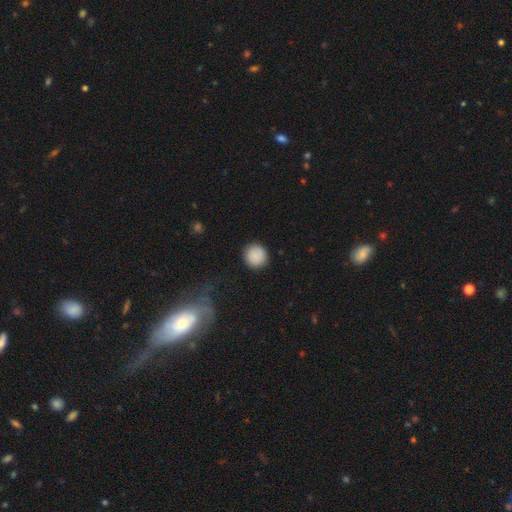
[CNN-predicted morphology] Overall: smooth (88%). How rounded: round (94%). Merging: none (91%).